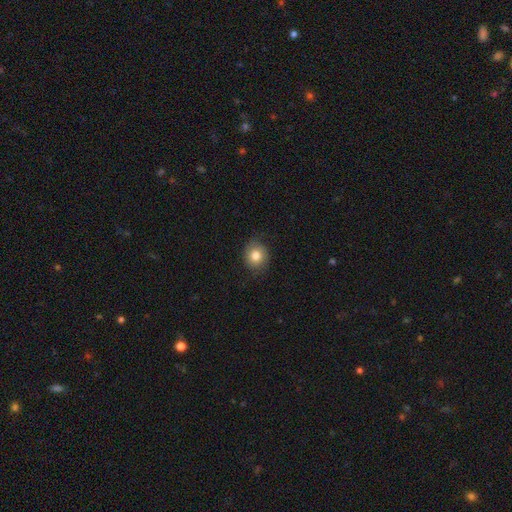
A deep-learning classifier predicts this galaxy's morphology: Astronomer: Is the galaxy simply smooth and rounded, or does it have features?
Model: smooth — 80%.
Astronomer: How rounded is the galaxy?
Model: round — 75%.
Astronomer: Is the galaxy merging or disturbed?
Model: none — 79%.